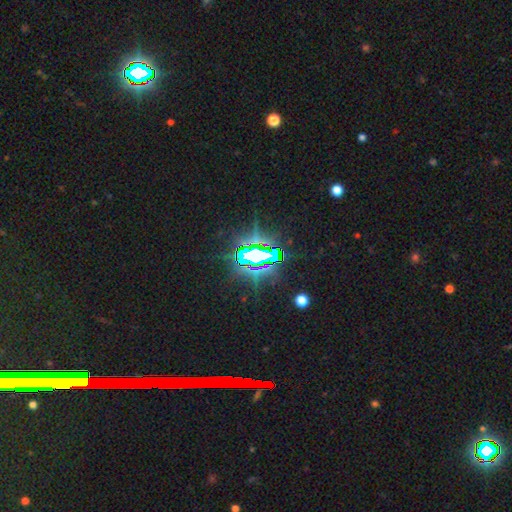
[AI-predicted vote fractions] Smooth or featured?
  - star or artifact: 80% *
  - featured or disk: 12%
  - smooth: 9%